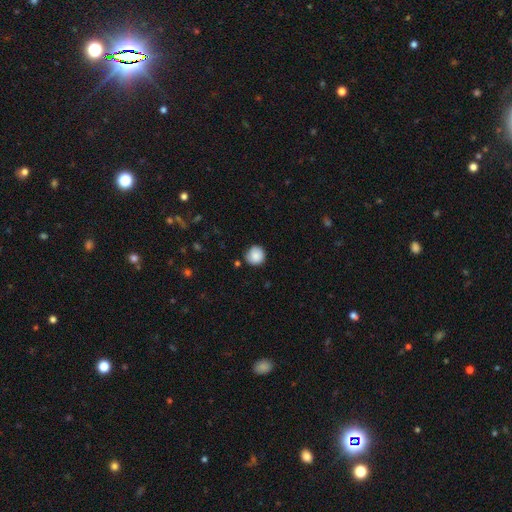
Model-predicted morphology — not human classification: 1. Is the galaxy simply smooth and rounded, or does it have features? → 86% smooth, 8% star or artifact, 6% featured or disk.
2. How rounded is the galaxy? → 93% round, 6% in between, 1% cigar-shaped.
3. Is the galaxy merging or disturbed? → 82% none, 13% minor disturbance, 3% major disturbance, 2% merger.